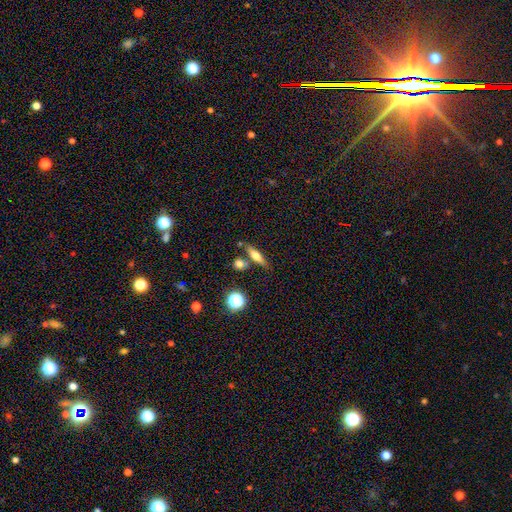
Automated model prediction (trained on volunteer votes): Smooth or featured?
  - smooth: 57% *
  - featured or disk: 33%
  - star or artifact: 10%
How rounded?
  - cigar-shaped: 60% *
  - in between: 33%
  - round: 7%
Merging?
  - none: 71% *
  - merger: 14%
  - minor disturbance: 12%
  - major disturbance: 4%